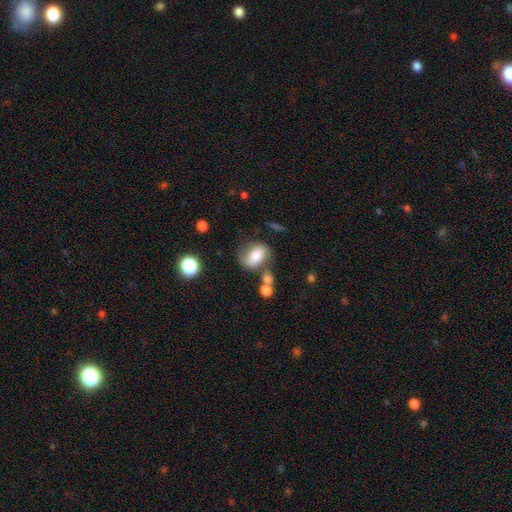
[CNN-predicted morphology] A smooth galaxy with no disk features (54%) that is in between round and cigar-shaped (66%).

Vote fractions:
- Smooth or featured? smooth: 54% / featured or disk: 36% / star or artifact: 10%
- How rounded? in between: 66% / round: 33% / cigar-shaped: 2%
- Merging? none: 49% / minor disturbance: 23% / merger: 15% / major disturbance: 13%